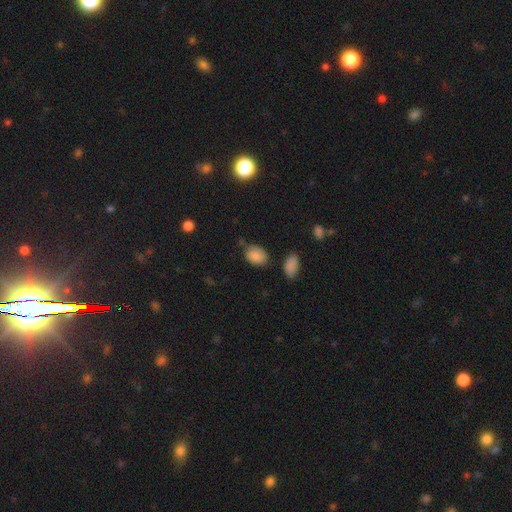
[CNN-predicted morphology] smooth-or-featured: smooth: 85% | star or artifact: 9% | featured or disk: 6%
  how-rounded: in between: 76% | round: 23% | cigar-shaped: 1%
  merging: none: 66% | minor disturbance: 22% | merger: 6% | major disturbance: 5%